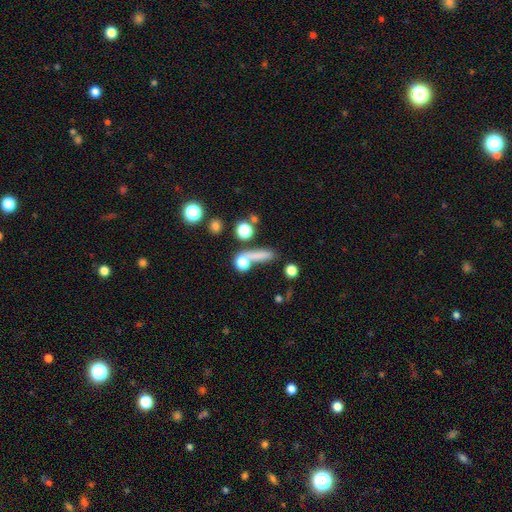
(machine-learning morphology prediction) Smooth or featured: smooth — 69% (featured or disk — 16%)
How rounded: cigar-shaped — 58% (in between — 24%)
Merging: none — 54% (merger — 21%)